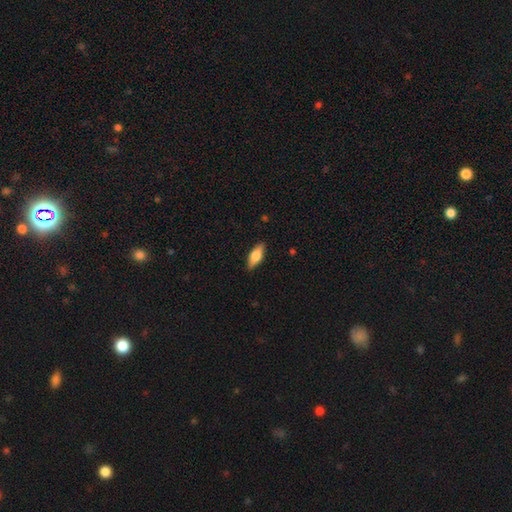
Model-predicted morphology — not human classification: A smooth galaxy with no disk features (70%) that is in between round and cigar-shaped (73%). Merging: none (87%).